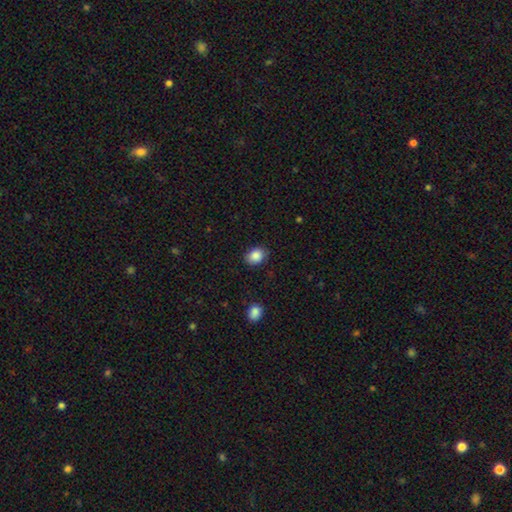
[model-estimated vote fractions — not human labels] Overall: smooth (87%). How rounded: in between (57%; round 42%). Merging: none (86%).